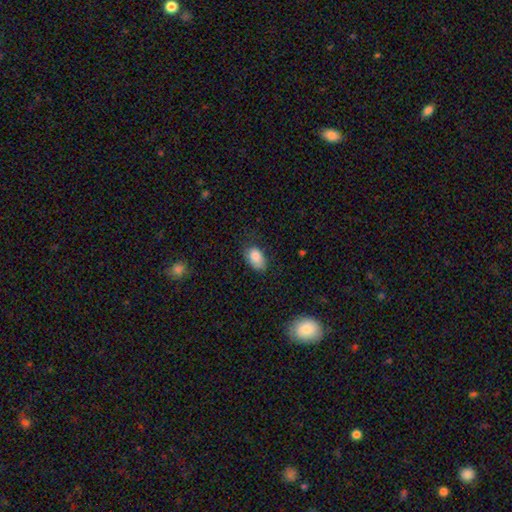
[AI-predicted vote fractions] This is clearly a smooth galaxy (84%). How rounded: clearly in between (90%). Merging: likely none (60%).